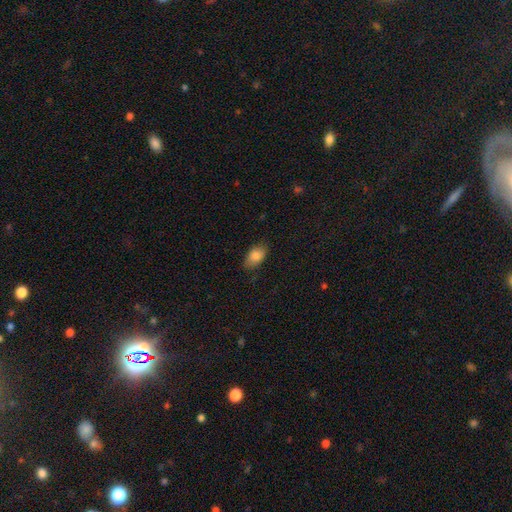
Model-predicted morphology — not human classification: type=smooth (86%); roundness=in between (90%); merging=none (80%).